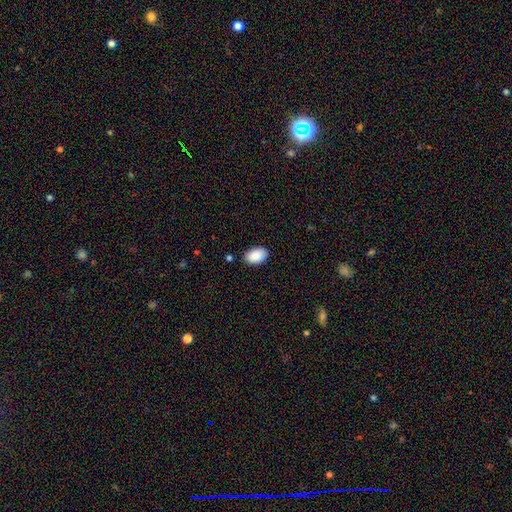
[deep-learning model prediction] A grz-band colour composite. It shows a smooth galaxy with no disk features (90%) that is in between round and cigar-shaped (91%). Merging: none (87%).